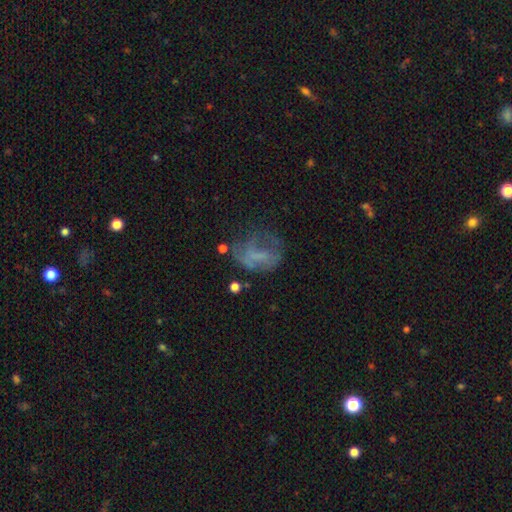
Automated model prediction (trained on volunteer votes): Overall: featured or disk (44%; smooth 39%). Merging: none (37%; major disturbance 36%).